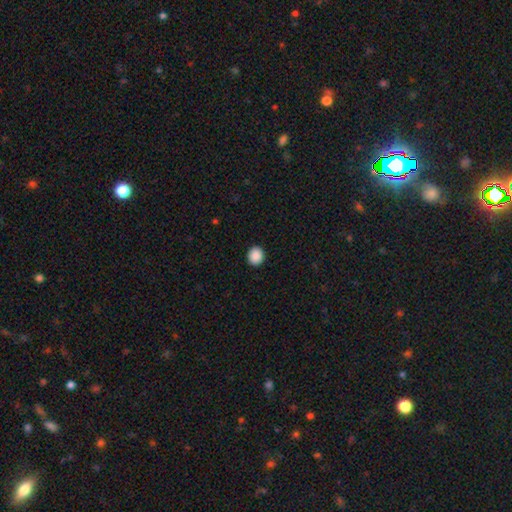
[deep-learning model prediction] Morphology: type=smooth (89%); roundness=round (79%); merging=none (92%).